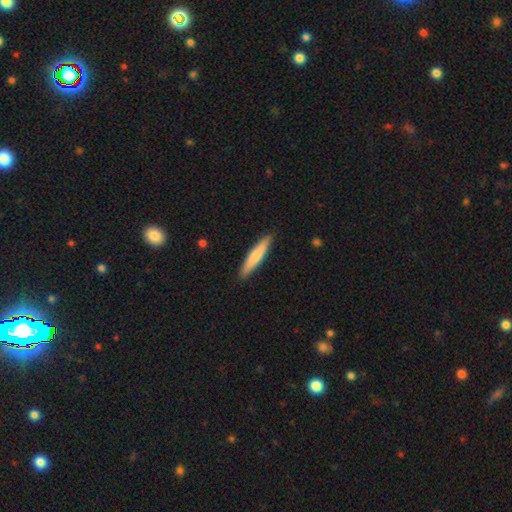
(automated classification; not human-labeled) Morphology: type=smooth (71%); roundness=cigar-shaped (90%); merging=none (90%).